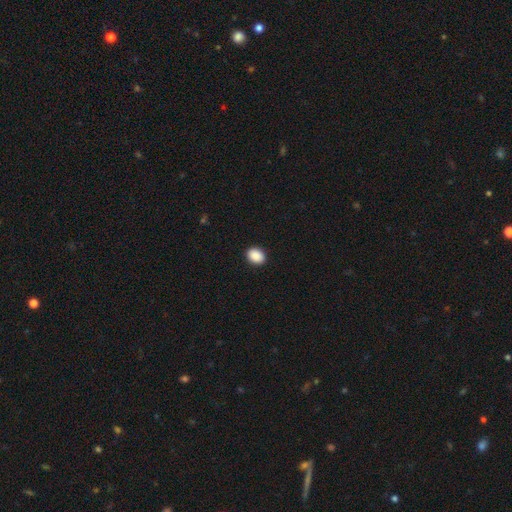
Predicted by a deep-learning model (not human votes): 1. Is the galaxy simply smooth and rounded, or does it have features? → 90% smooth, 7% star or artifact, 2% featured or disk.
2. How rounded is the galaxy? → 64% in between, 35% round, 1% cigar-shaped.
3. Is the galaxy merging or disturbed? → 91% none, 6% minor disturbance, 2% major disturbance, 1% merger.